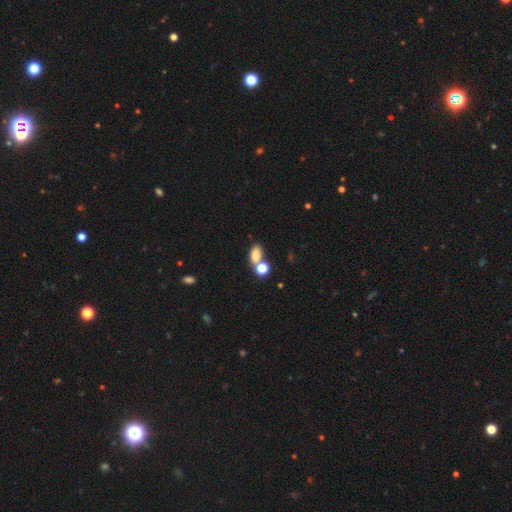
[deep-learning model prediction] A smooth galaxy with no disk features (80%) that is in between round and cigar-shaped (82%).

Vote fractions:
- Smooth or featured? smooth: 80% / star or artifact: 12% / featured or disk: 8%
- How rounded? in between: 82% / round: 15% / cigar-shaped: 3%
- Merging? none: 47% / merger: 37% / minor disturbance: 11% / major disturbance: 5%